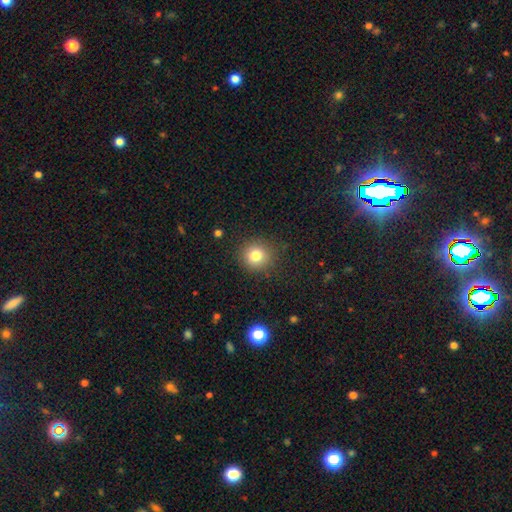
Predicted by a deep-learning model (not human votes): Smooth or featured: smooth — 80% (star or artifact — 12%)
How rounded: round — 91% (in between — 8%)
Merging: none — 88% (minor disturbance — 8%)